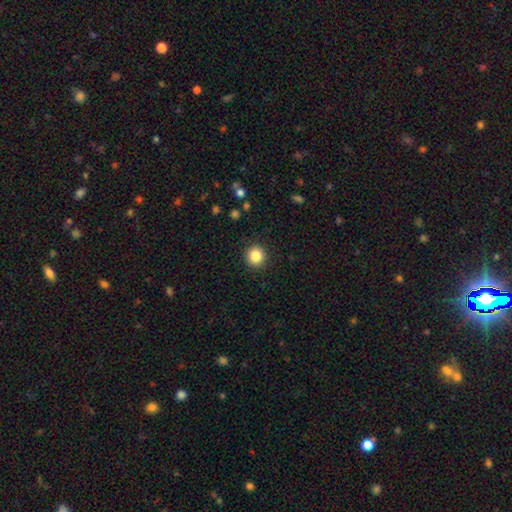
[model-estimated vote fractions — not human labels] Smooth or featured? smooth (85%)
How rounded? round (93%)
Merging? none (92%)